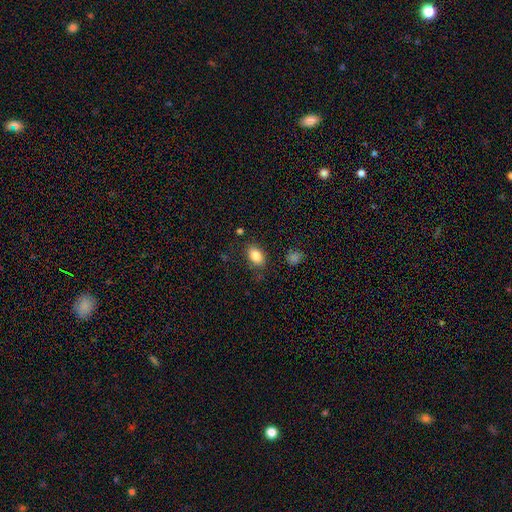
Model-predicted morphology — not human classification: smooth_or_featured: smooth (p=0.85) [alt: star or artifact p=0.08]
how_rounded: in between (p=0.87) [alt: round p=0.11]
merging: none (p=0.82) [alt: minor disturbance p=0.13]